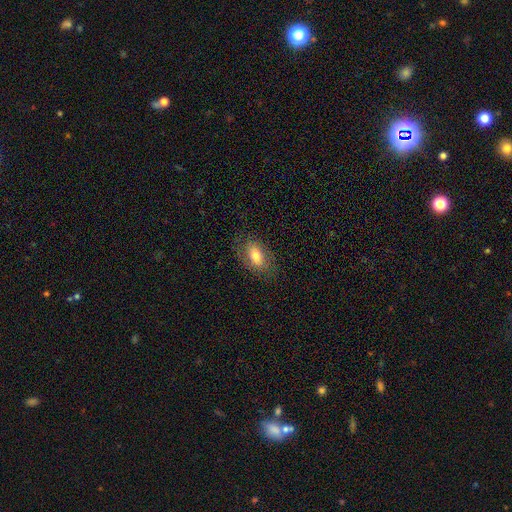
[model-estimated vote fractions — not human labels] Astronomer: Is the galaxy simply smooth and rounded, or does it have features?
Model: smooth — 65%.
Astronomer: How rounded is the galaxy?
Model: in between — 88%.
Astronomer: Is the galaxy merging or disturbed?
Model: none — 75%.